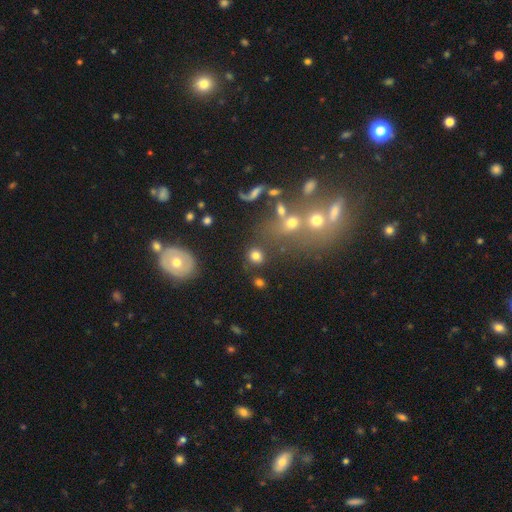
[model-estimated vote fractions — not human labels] A smooth galaxy with no disk features (76%) that is round (79%).

Vote fractions:
- Smooth or featured? smooth: 76% / star or artifact: 14% / featured or disk: 10%
- How rounded? round: 79% / in between: 20% / cigar-shaped: 1%
- Merging? none: 72% / minor disturbance: 12% / merger: 10% / major disturbance: 6%